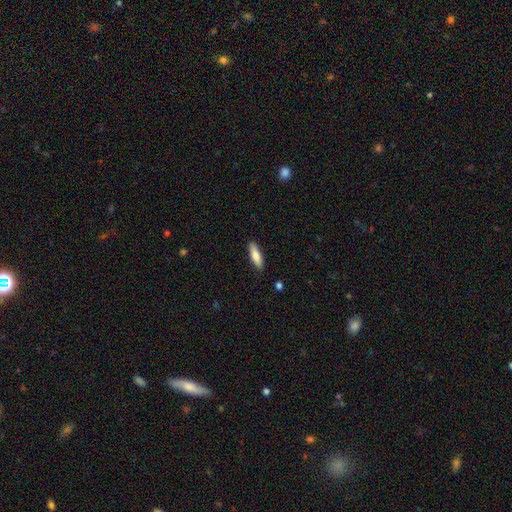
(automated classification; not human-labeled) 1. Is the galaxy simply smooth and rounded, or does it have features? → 81% smooth, 14% featured or disk, 6% star or artifact.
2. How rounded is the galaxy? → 59% cigar-shaped, 39% in between, 2% round.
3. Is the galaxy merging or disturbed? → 88% none, 9% minor disturbance, 2% major disturbance, 1% merger.